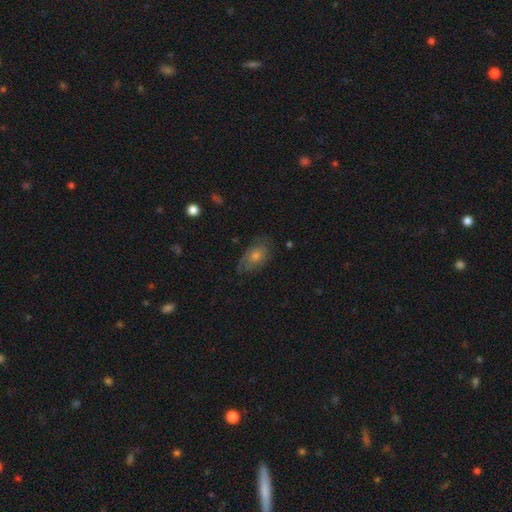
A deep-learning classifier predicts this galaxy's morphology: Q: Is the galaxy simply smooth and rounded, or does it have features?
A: smooth — 52%.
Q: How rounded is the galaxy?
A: in between — 86%.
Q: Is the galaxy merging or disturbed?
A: none — 71%.